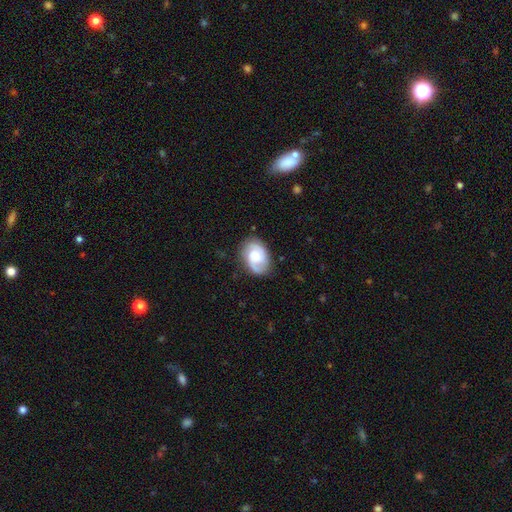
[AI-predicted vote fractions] featured or disk 70%, smooth 24%, star or artifact 6%. Down the decision tree: edge-on disk — no (97%); bar — no (52%); spiral arms — yes (93%); spiral arm count — 2 (76%); spiral winding — medium (45%); bulge size — moderate (48%); merging — none (77%).